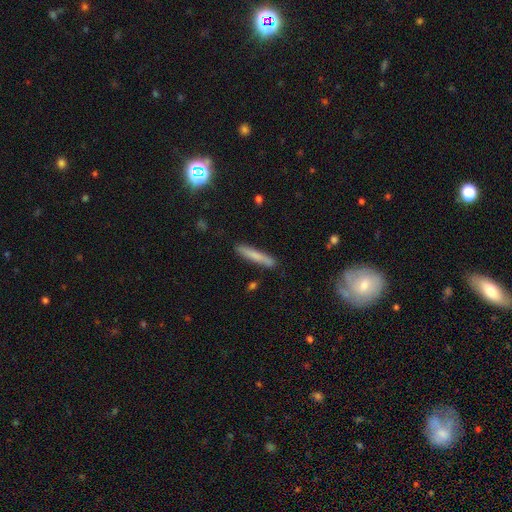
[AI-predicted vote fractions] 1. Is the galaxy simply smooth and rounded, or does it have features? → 72% smooth, 21% featured or disk, 7% star or artifact.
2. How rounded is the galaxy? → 94% cigar-shaped, 5% in between, 1% round.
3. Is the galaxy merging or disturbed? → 86% none, 10% minor disturbance, 2% major disturbance, 2% merger.